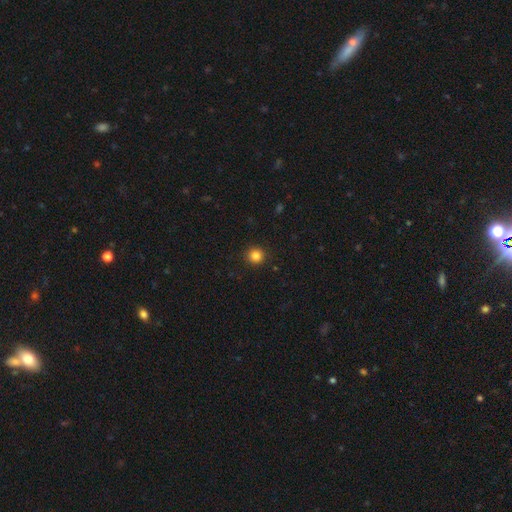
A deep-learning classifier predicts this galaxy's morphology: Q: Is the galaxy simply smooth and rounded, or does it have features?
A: smooth — 84%.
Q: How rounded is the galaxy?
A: round — 95%.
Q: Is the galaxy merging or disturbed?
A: none — 93%.